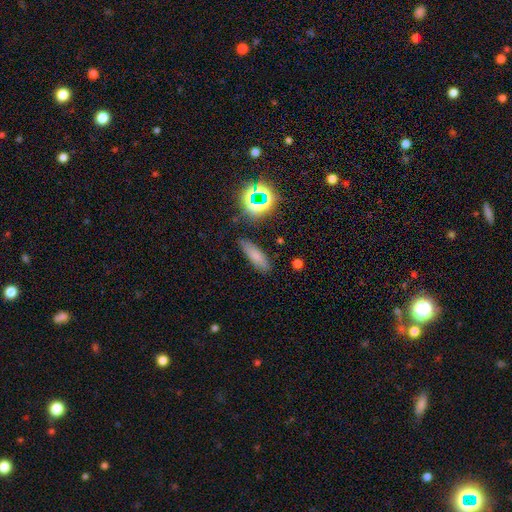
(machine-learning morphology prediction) smooth_or_featured: smooth (p=0.71) [alt: star or artifact p=0.16]
how_rounded: cigar-shaped (p=0.49) [alt: in between p=0.47]
merging: none (p=0.80) [alt: minor disturbance p=0.13]